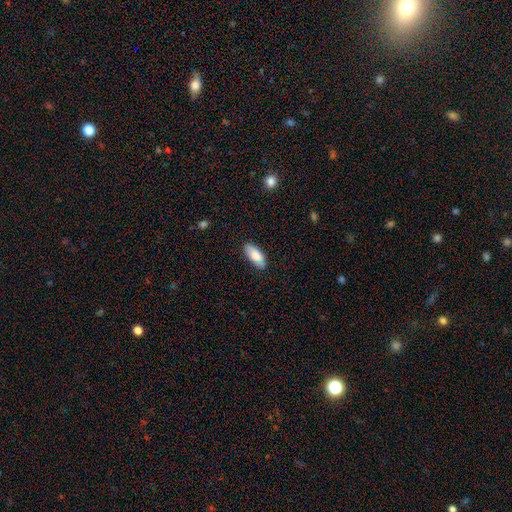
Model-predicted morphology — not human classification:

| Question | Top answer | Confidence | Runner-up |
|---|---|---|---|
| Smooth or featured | smooth | 84% | featured or disk (10%) |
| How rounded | in between | 89% | cigar-shaped (9%) |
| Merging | none | 77% | minor disturbance (18%) |